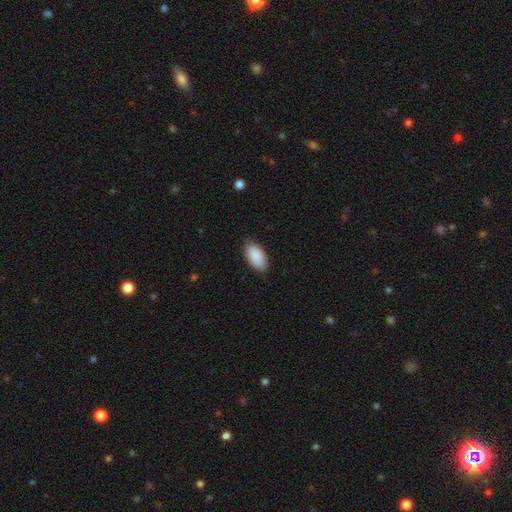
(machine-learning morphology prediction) Smooth or featured: smooth — 90% (star or artifact — 6%)
How rounded: in between — 95% (cigar-shaped — 3%)
Merging: none — 80% (minor disturbance — 16%)